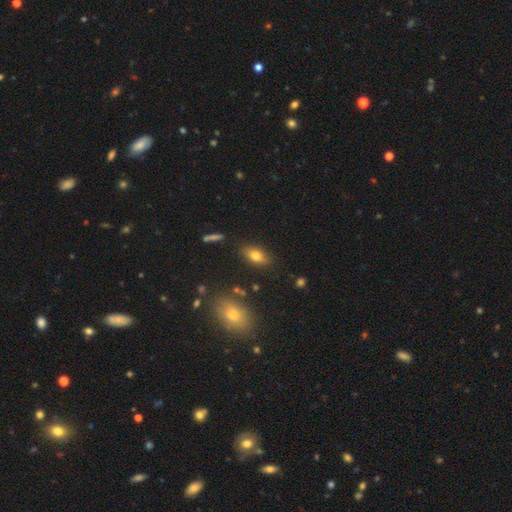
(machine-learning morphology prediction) Smooth or featured? smooth (76%)
How rounded? in between (85%)
Merging? none (83%)